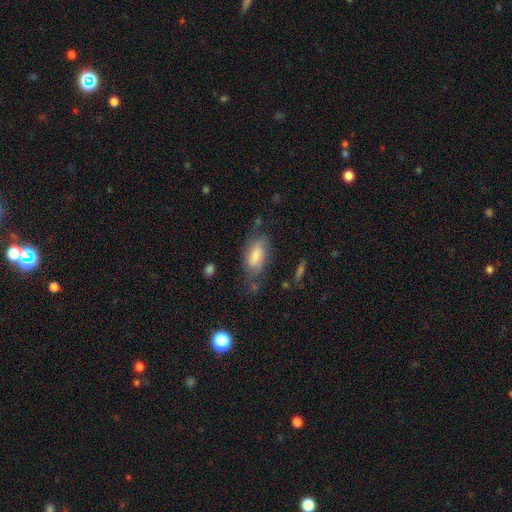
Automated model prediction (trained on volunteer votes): A smooth galaxy with no disk features (67%) that is in between round and cigar-shaped (87%).

Vote fractions:
- Smooth or featured? smooth: 67% / featured or disk: 25% / star or artifact: 7%
- How rounded? in between: 87% / cigar-shaped: 9% / round: 3%
- Merging? none: 58% / minor disturbance: 26% / major disturbance: 11% / merger: 4%